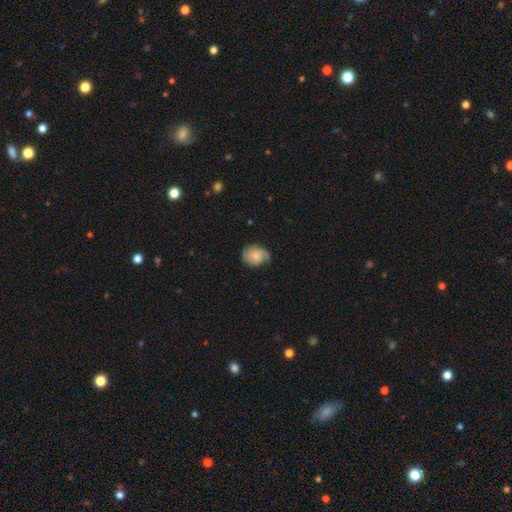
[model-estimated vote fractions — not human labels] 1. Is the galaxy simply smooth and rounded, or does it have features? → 48% smooth, 44% featured or disk, 8% star or artifact.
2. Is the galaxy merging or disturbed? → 64% none, 27% minor disturbance, 8% major disturbance, 1% merger.